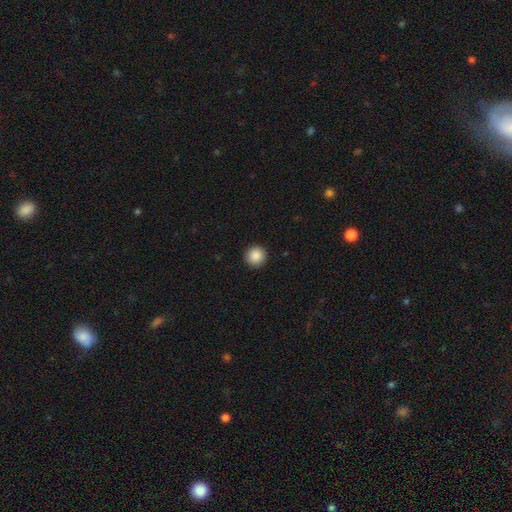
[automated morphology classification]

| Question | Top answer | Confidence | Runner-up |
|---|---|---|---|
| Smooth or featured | smooth | 88% | star or artifact (9%) |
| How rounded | round | 96% | in between (3%) |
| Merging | none | 93% | minor disturbance (5%) |